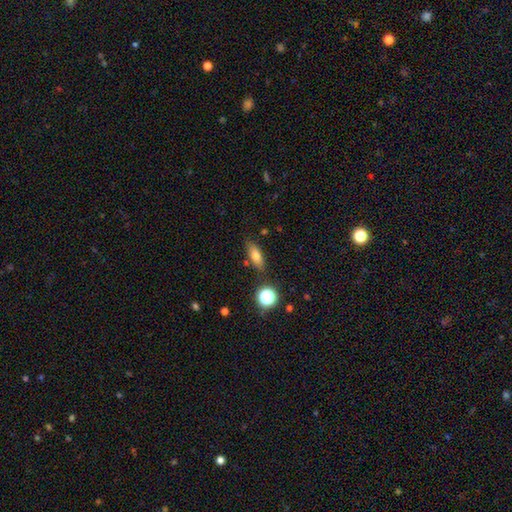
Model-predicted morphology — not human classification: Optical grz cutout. It shows a smooth galaxy with no disk features (72%) that is in between round and cigar-shaped (67%). Merging: none (78%).